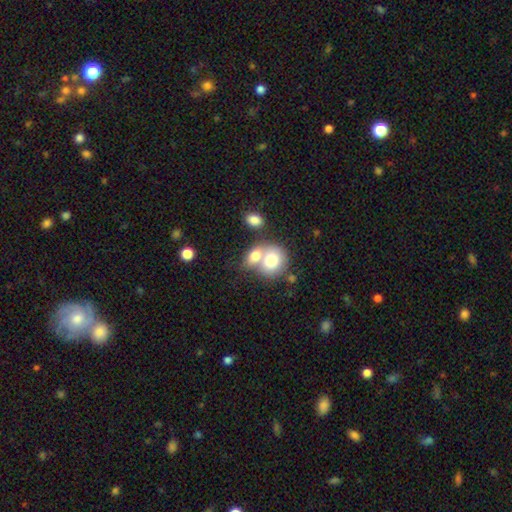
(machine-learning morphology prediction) smooth 76%, featured or disk 16%, star or artifact 8%. Down the decision tree: how rounded — round (52%); merging — merger (62%).